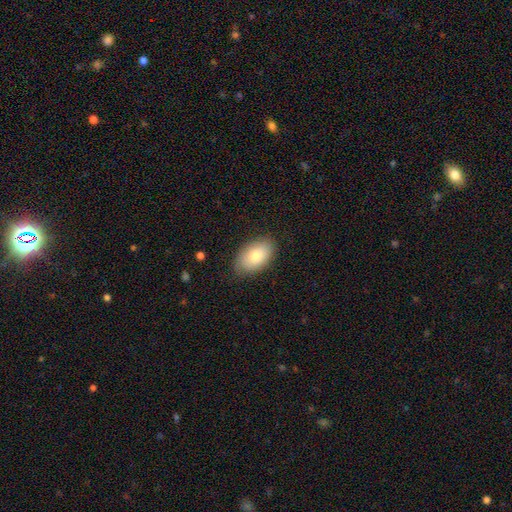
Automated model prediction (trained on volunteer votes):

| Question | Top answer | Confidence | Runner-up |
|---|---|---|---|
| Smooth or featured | smooth | 79% | featured or disk (14%) |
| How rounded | in between | 93% | round (6%) |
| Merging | none | 84% | minor disturbance (13%) |